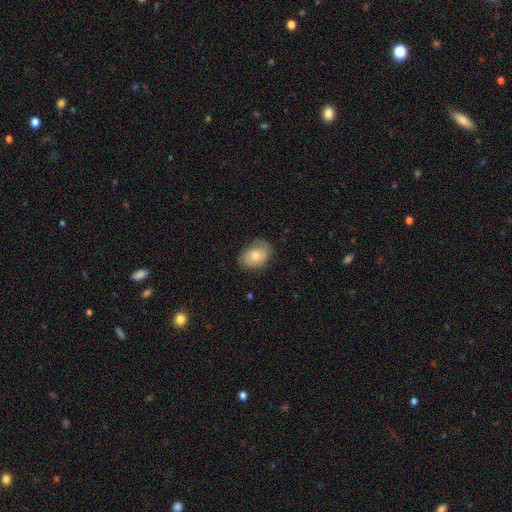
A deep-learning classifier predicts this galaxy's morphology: The model was most divided on "smooth or featured": smooth: 56%, featured or disk: 37%, star or artifact: 7%. More confident: how rounded — in between (69%); merging — none (63%).